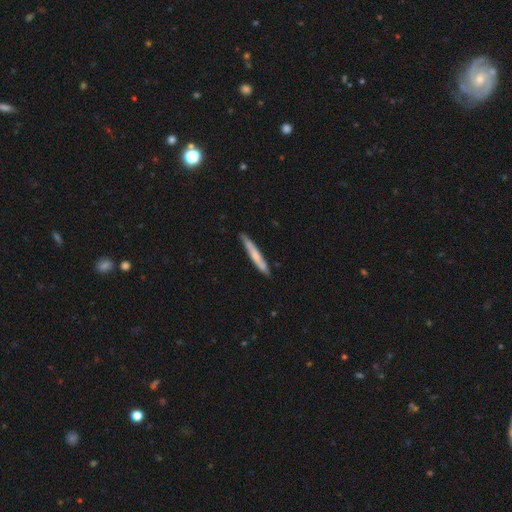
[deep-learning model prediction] This is possibly a smooth galaxy (60%). How rounded: clearly cigar-shaped (96%). Merging: clearly none (87%).